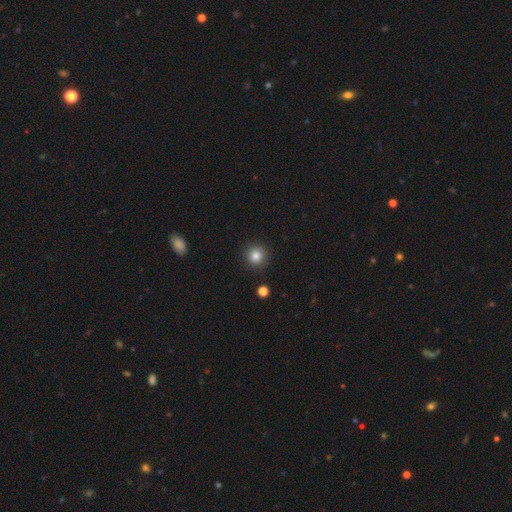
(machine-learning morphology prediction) Smooth or featured? smooth (84%)
How rounded? round (94%)
Merging? none (91%)